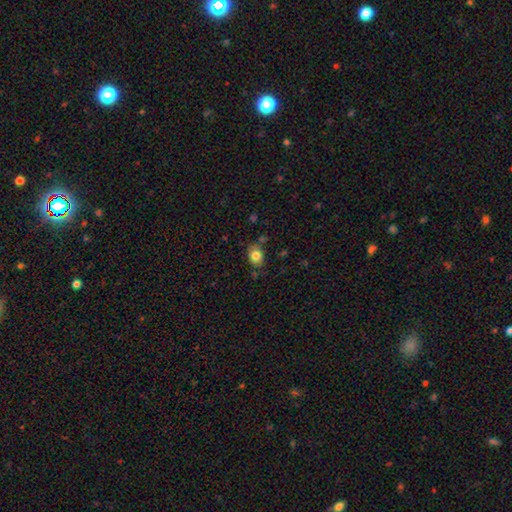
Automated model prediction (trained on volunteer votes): Morphology: type=smooth (81%); roundness=in between (53%); merging=none (74%).